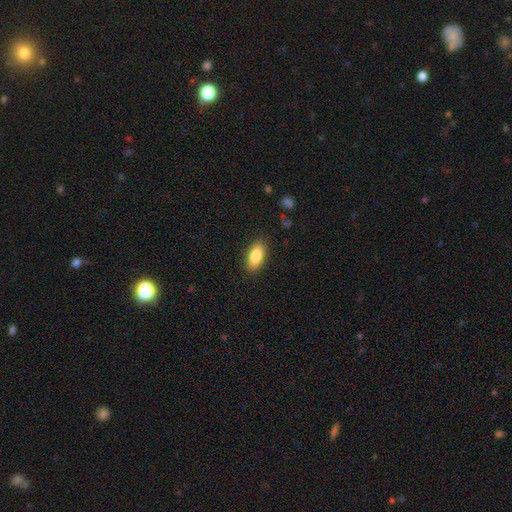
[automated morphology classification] Smooth or featured? Predicted: smooth (p=0.84). How rounded? Predicted: in between (p=0.89). Merging? Predicted: none (p=0.87).